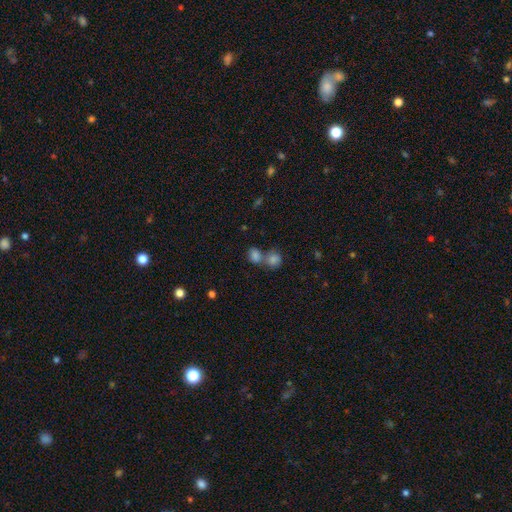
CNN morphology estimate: This is likely a smooth galaxy (80%). How rounded: possibly round (51%). Merging: possibly merger (51%).